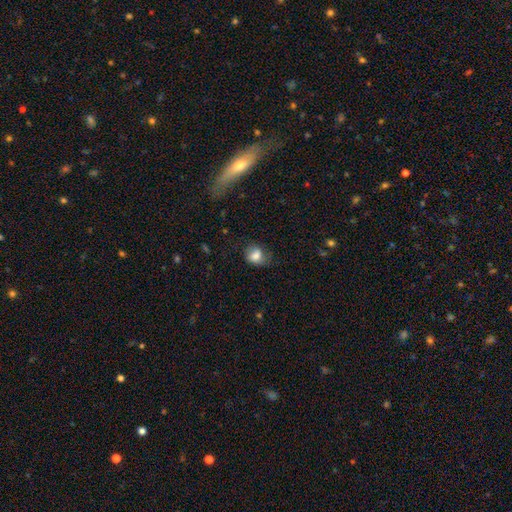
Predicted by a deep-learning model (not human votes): This appears to be a smooth galaxy with no disk features (78%) that is in between round and cigar-shaped (52%). Merging: none (57%).